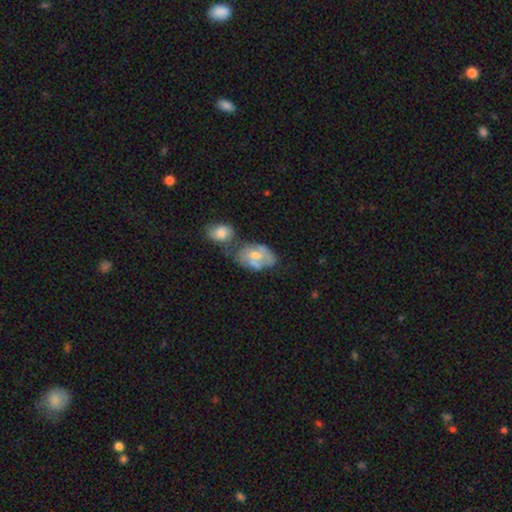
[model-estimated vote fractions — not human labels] A featured or disk galaxy (48%). Merging: merger (43%).